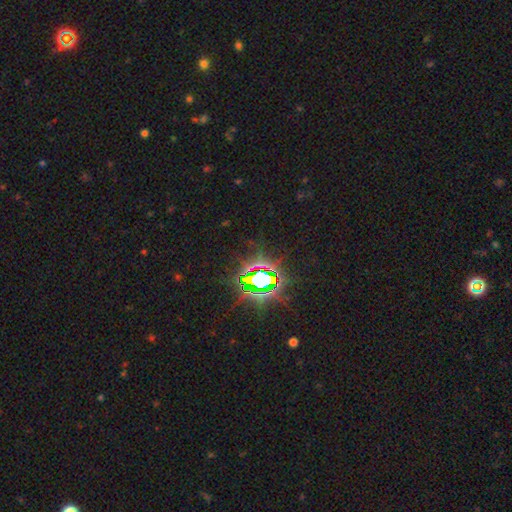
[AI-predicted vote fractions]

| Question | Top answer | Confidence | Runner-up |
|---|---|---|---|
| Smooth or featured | star or artifact | 82% | smooth (11%) |